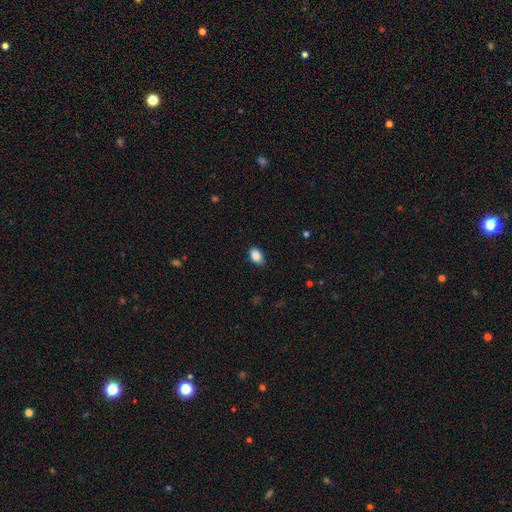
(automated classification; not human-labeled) A smooth galaxy with no disk features (88%) that is in between round and cigar-shaped (88%). Merging: none (78%).